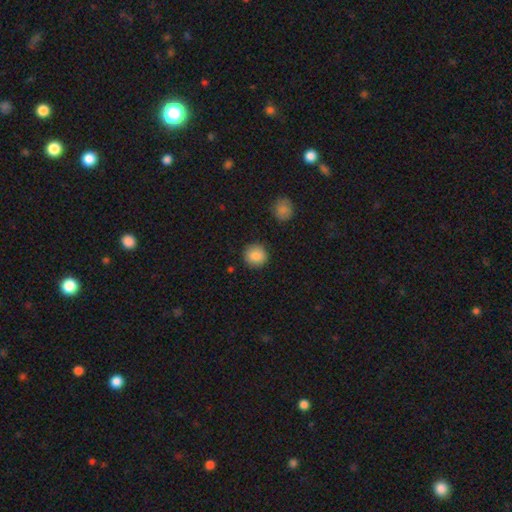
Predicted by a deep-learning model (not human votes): Overall: smooth (87%). How rounded: round (92%). Merging: none (90%).